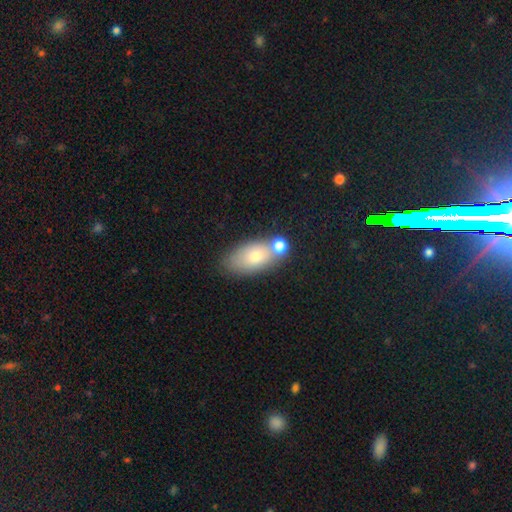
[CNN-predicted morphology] Overall: smooth (73%). How rounded: in between (88%). Merging: none (51%; merger 28%).